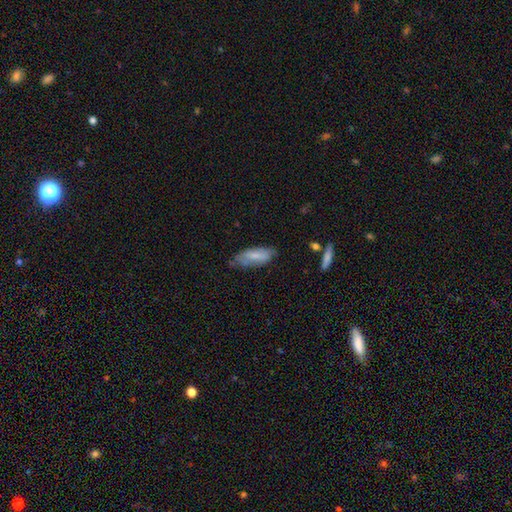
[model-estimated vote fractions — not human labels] Smooth or featured: smooth — 68% (featured or disk — 26%)
How rounded: in between — 71% (cigar-shaped — 27%)
Merging: none — 60% (minor disturbance — 30%)